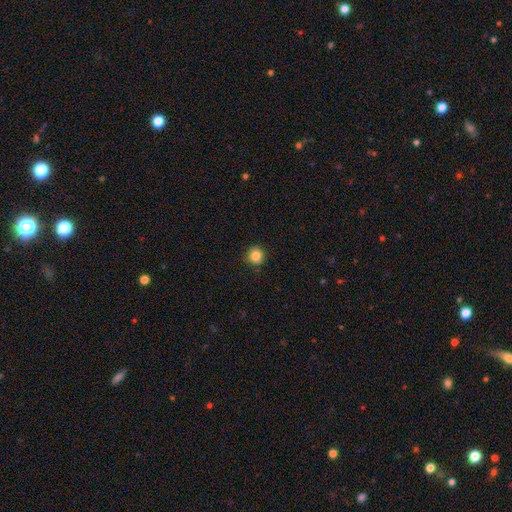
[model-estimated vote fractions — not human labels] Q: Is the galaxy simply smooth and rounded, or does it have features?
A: smooth — 85%.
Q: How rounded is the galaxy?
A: round — 91%.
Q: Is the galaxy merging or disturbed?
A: none — 86%.